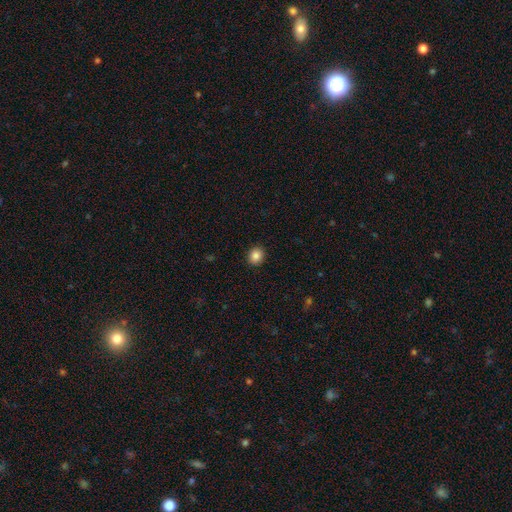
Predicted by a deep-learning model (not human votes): A smooth galaxy with no disk features (86%) that is round (75%).

Vote fractions:
- Smooth or featured? smooth: 86% / star or artifact: 10% / featured or disk: 4%
- How rounded? round: 75% / in between: 24% / cigar-shaped: 1%
- Merging? none: 91% / minor disturbance: 6% / major disturbance: 2% / merger: 1%